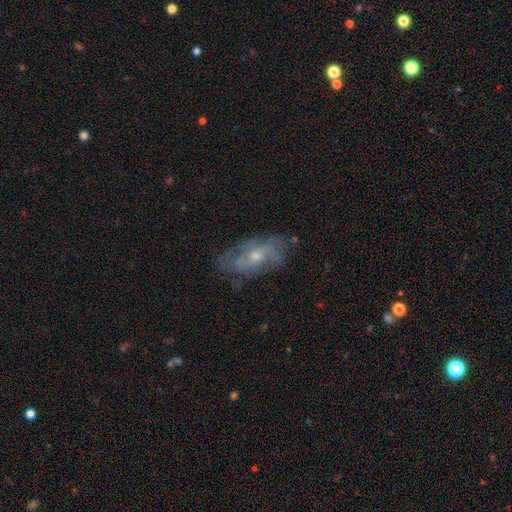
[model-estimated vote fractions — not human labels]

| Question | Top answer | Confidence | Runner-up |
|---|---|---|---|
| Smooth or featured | featured or disk | 64% | smooth (28%) |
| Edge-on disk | no | 90% | yes (10%) |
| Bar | no | 74% | weak (22%) |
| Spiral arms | yes | 62% | no (38%) |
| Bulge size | moderate | 49% | small (46%) |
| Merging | none | 65% | minor disturbance (23%) |